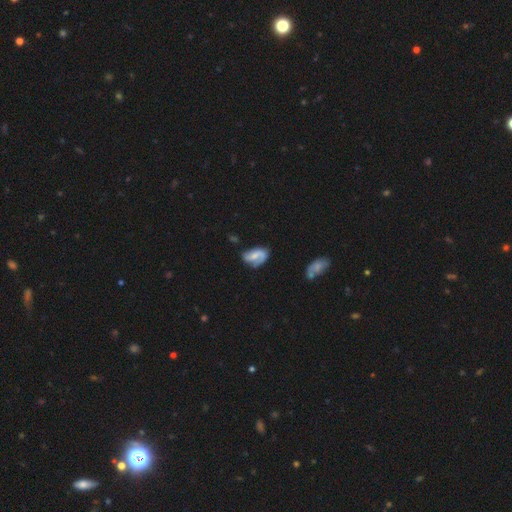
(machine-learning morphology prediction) type=featured or disk (62%); edge-on=no (96%); bar=no (43%); spiral arms=yes (89%); winding=loose (40%); arm count=2 (73%); bulge=small (45%); merging=none (57%).